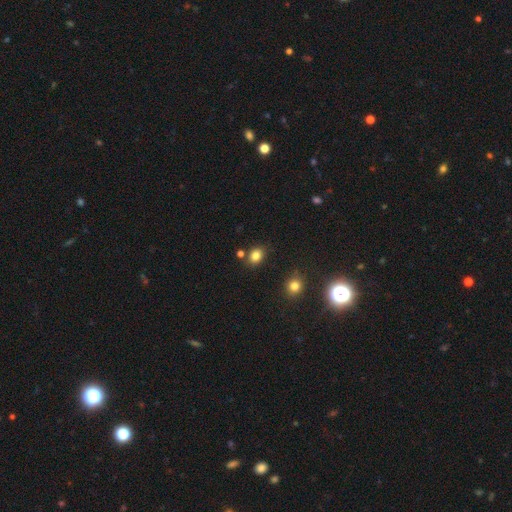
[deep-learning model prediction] Q: Smooth or featured?
A: smooth (82%); runner-up: star or artifact (12%)
Q: How rounded?
A: in between (55%); runner-up: round (44%)
Q: Merging?
A: none (77%); runner-up: minor disturbance (12%)